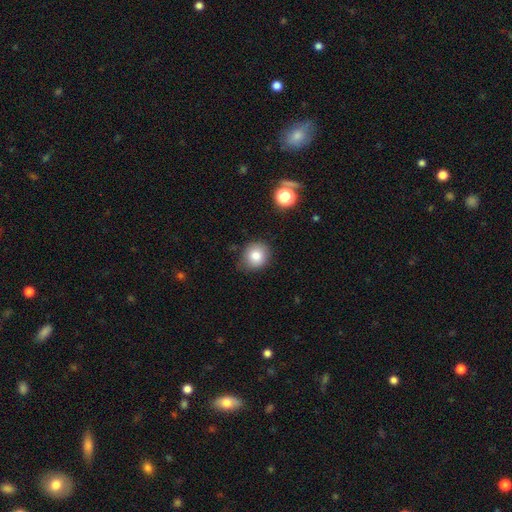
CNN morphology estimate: Smooth or featured? smooth (81%)
How rounded? round (84%)
Merging? none (80%)